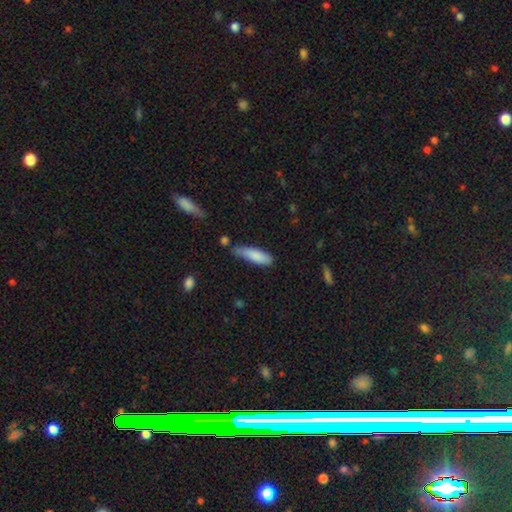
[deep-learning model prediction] Smooth or featured? Predicted: smooth (p=0.84). How rounded? Predicted: cigar-shaped (p=0.61). Merging? Predicted: none (p=0.50).